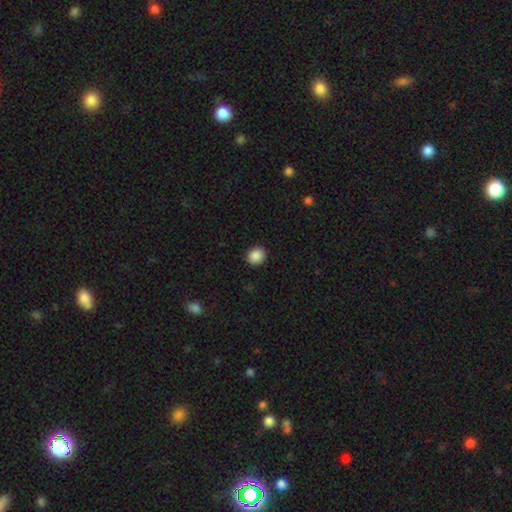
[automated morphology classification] Smooth or featured: smooth — 89% (star or artifact — 9%)
How rounded: round — 76% (in between — 23%)
Merging: none — 91% (minor disturbance — 6%)